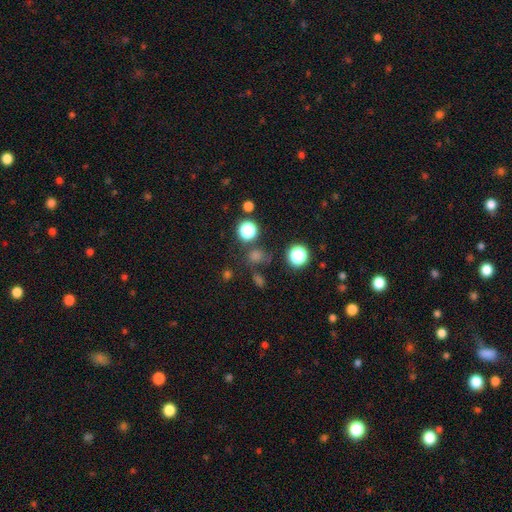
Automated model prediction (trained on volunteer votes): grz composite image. It shows a smooth galaxy with no disk features (54%) that is round (82%). Merging: none (75%).